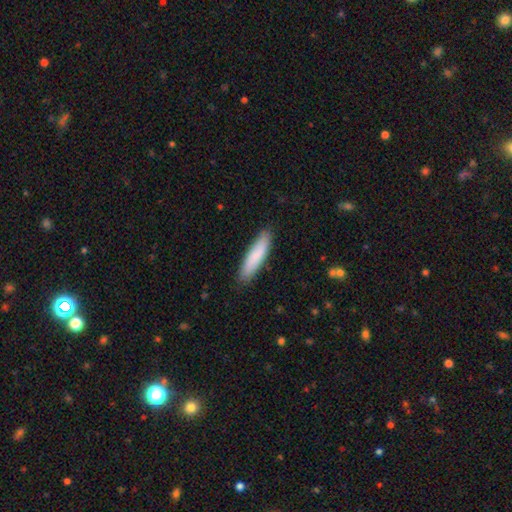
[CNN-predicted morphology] Smooth or featured: smooth — 83% (featured or disk — 12%)
How rounded: cigar-shaped — 77% (in between — 21%)
Merging: none — 88% (minor disturbance — 10%)